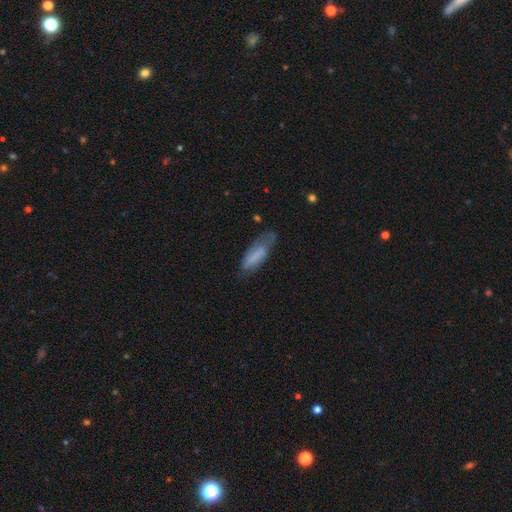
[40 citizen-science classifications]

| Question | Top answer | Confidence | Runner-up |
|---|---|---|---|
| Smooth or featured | smooth | 60% | featured or disk (32%) |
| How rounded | in between | 50% | tied: cigar-shaped (50%) |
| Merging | none | 54% | minor disturbance (27%) |